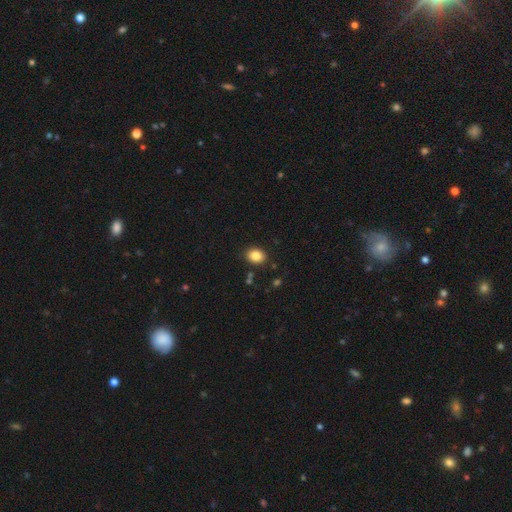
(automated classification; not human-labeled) smooth_or_featured: smooth (p=0.84) [alt: star or artifact p=0.10]
how_rounded: in between (p=0.51) [alt: round p=0.48]
merging: none (p=0.88) [alt: minor disturbance p=0.08]